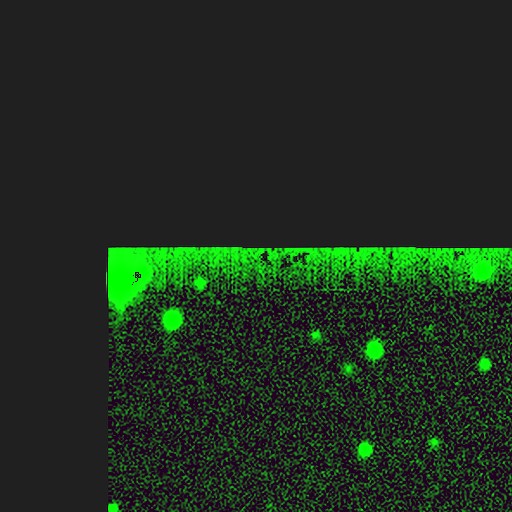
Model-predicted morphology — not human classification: Smooth or featured: star or artifact — 82% (featured or disk — 10%)